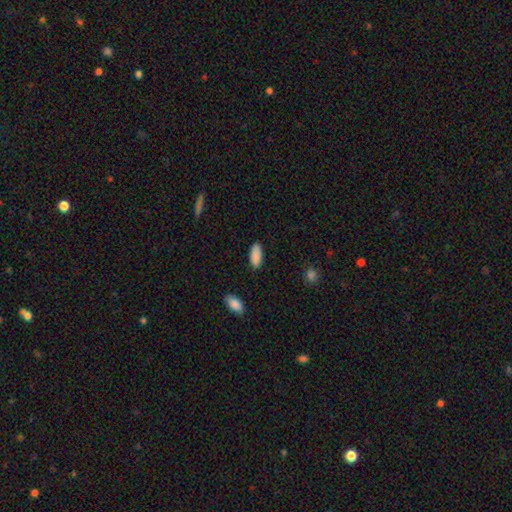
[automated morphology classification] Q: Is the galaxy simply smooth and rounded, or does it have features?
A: smooth — 89%.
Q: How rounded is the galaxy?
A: in between — 86%.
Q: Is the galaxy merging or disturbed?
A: none — 87%.